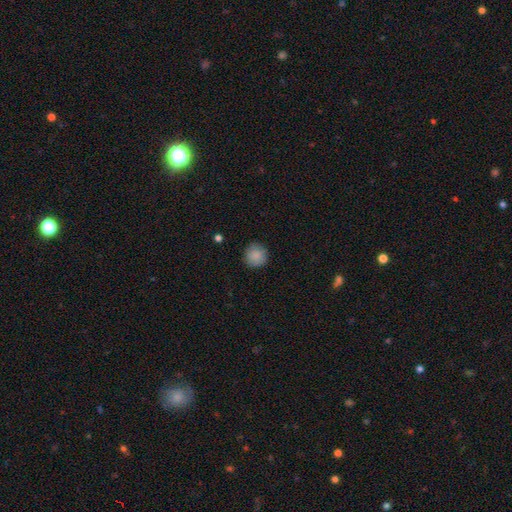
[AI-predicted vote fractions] This appears to be a smooth galaxy with no disk features (87%) that is round (94%). Merging: none (89%).